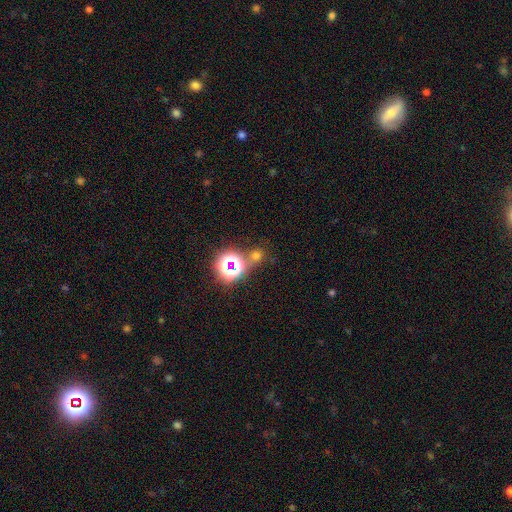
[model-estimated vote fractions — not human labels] smooth_or_featured: smooth (p=0.52) [alt: star or artifact p=0.40]
how_rounded: round (p=0.87) [alt: in between p=0.11]
merging: none (p=0.68) [alt: merger p=0.19]